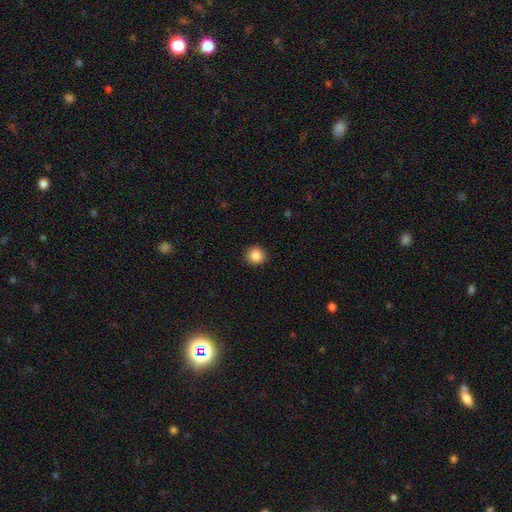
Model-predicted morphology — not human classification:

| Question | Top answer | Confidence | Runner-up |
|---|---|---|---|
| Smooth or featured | smooth | 87% | star or artifact (9%) |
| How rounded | round | 91% | in between (8%) |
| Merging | none | 91% | minor disturbance (6%) |